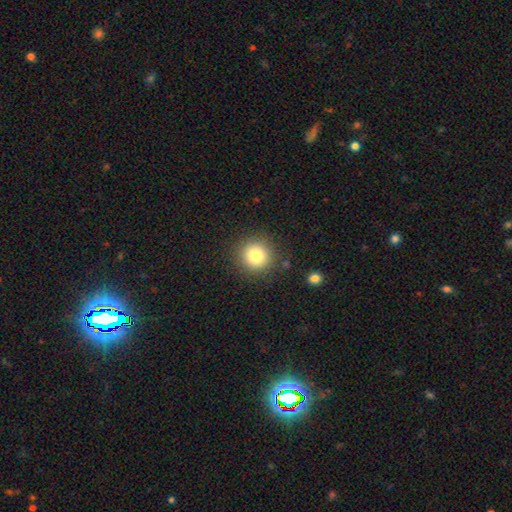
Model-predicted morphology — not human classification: smooth_or_featured: smooth (p=0.80) [alt: star or artifact p=0.12]
how_rounded: round (p=0.94) [alt: in between p=0.05]
merging: none (p=0.88) [alt: minor disturbance p=0.07]